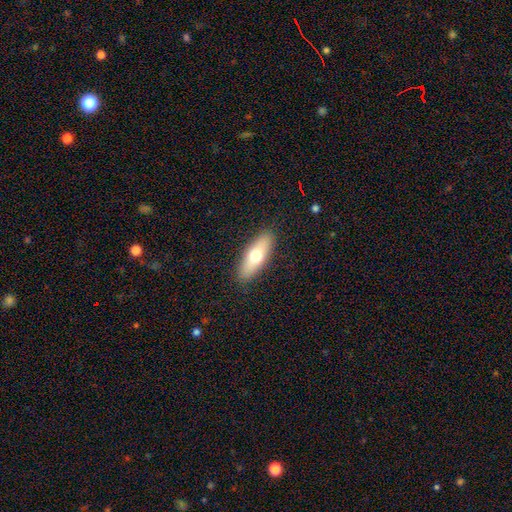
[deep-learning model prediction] Smooth or featured?
  - smooth: 66% *
  - featured or disk: 28%
  - star or artifact: 6%
How rounded?
  - in between: 62% *
  - cigar-shaped: 35%
  - round: 3%
Merging?
  - none: 89% *
  - minor disturbance: 8%
  - major disturbance: 2%
  - merger: 1%